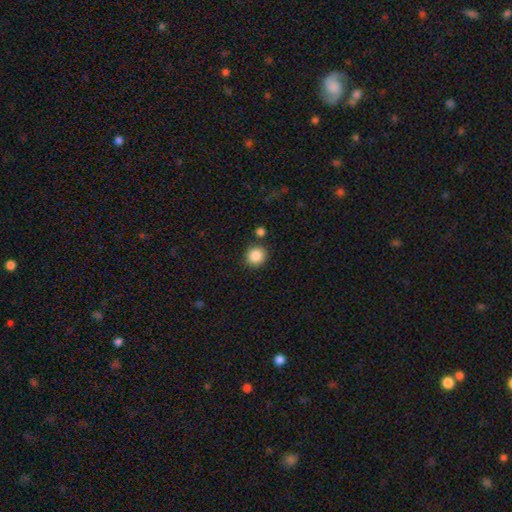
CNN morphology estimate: Q: Smooth or featured?
A: smooth (87%); runner-up: star or artifact (9%)
Q: How rounded?
A: round (92%); runner-up: in between (7%)
Q: Merging?
A: none (86%); runner-up: minor disturbance (7%)